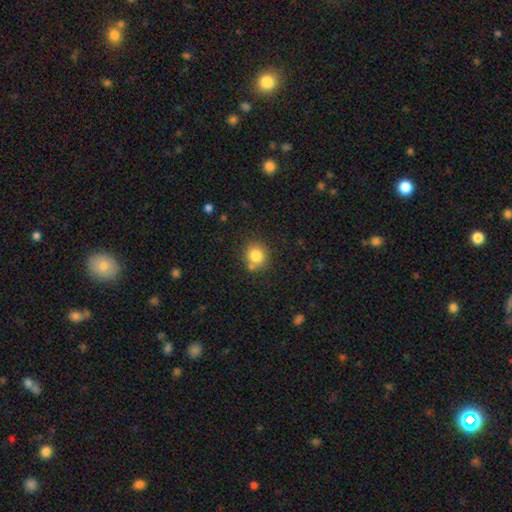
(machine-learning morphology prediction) Smooth or featured? Predicted: smooth (p=0.81). How rounded? Predicted: round (p=0.83). Merging? Predicted: none (p=0.74).